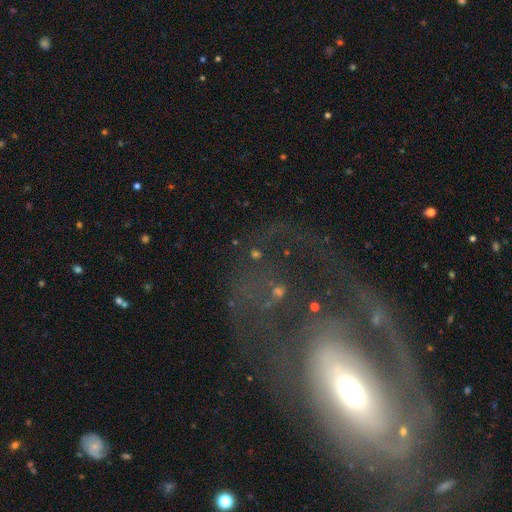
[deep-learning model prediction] Smooth or featured? featured or disk (63%)
Edge-on disk? no (91%)
Bar? no (48%)
Spiral arms? yes (62%)
Bulge size? moderate (45%)
Merging? none (48%)